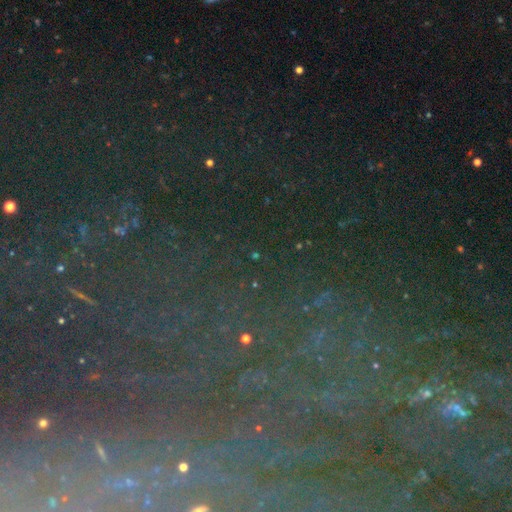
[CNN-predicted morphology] type=star or artifact (79%).